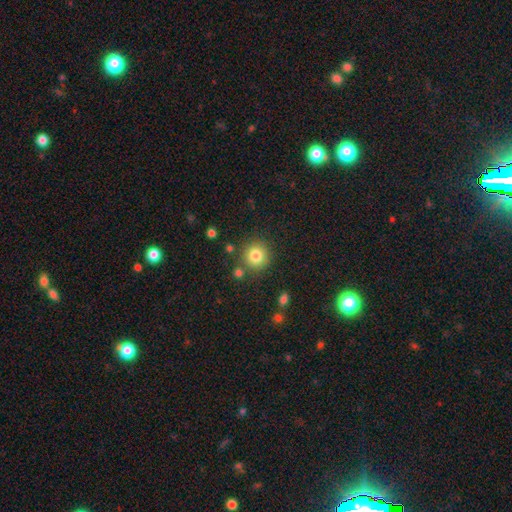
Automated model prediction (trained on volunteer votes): This appears to be a smooth galaxy with no disk features (82%) that is round (92%). Merging: none (83%).